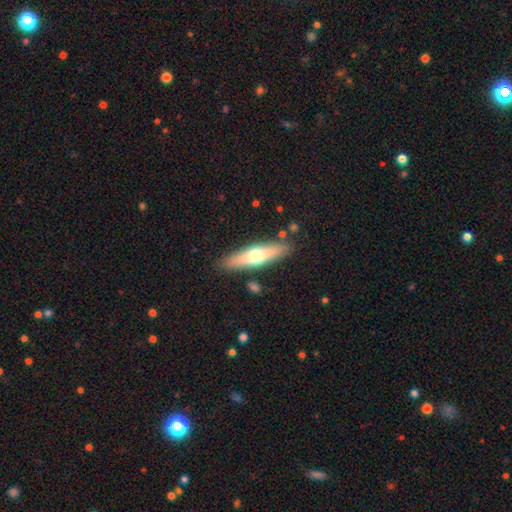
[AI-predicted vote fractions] Overall: smooth (52%; featured or disk 42%). How rounded: cigar-shaped (68%; in between 30%). Merging: none (86%).